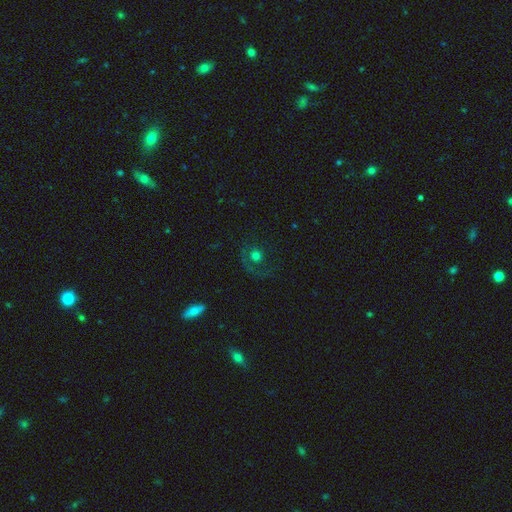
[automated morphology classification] This appears to be a smooth galaxy with no disk features (49%). Merging: none (54%).